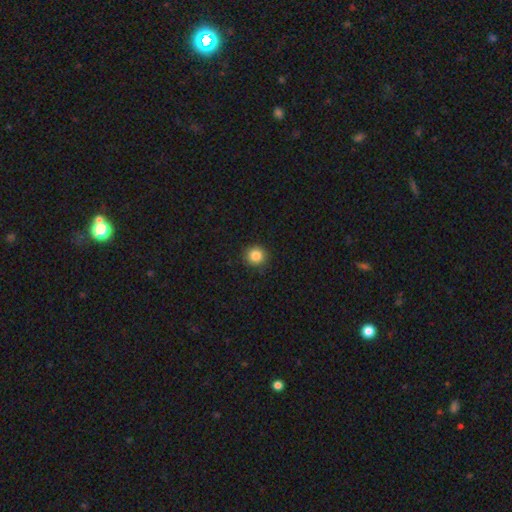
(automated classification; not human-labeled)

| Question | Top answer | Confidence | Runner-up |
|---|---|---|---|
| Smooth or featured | smooth | 85% | star or artifact (11%) |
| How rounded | round | 93% | in between (6%) |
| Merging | none | 91% | minor disturbance (6%) |